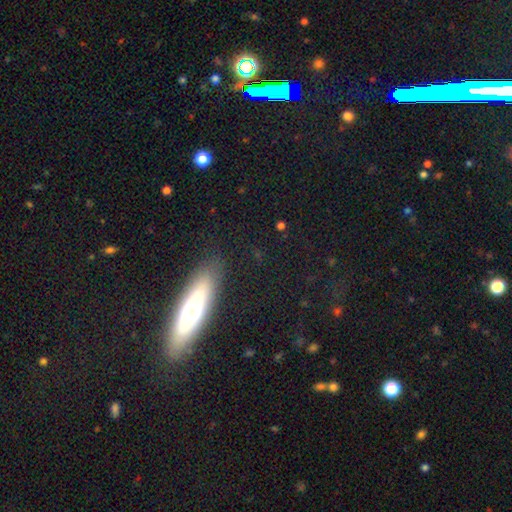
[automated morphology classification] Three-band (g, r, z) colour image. It shows a smooth galaxy with no disk features (50%) that is cigar-shaped (74%). Merging: none (86%).